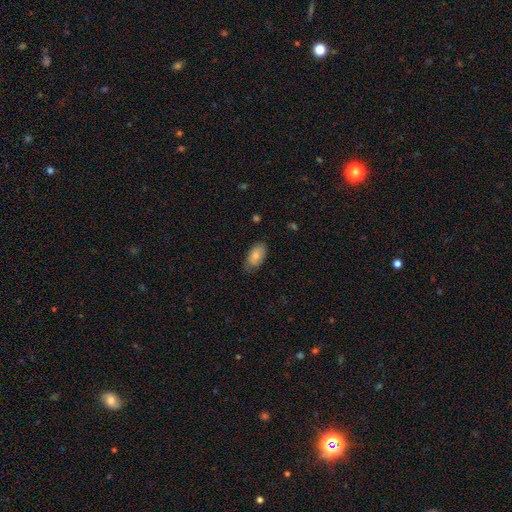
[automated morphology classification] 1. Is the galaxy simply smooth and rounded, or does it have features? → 81% smooth, 12% featured or disk, 6% star or artifact.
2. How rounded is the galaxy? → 93% in between, 4% cigar-shaped, 3% round.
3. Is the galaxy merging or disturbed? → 72% none, 23% minor disturbance, 4% major disturbance, 1% merger.